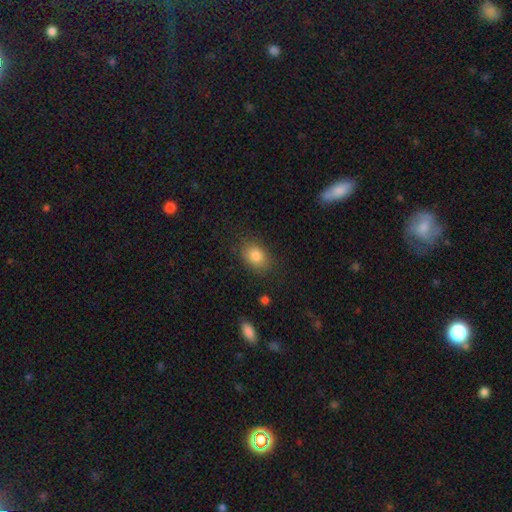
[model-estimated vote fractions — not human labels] Q: Smooth or featured?
A: smooth (83%); runner-up: star or artifact (9%)
Q: How rounded?
A: in between (70%); runner-up: round (29%)
Q: Merging?
A: none (80%); runner-up: minor disturbance (14%)